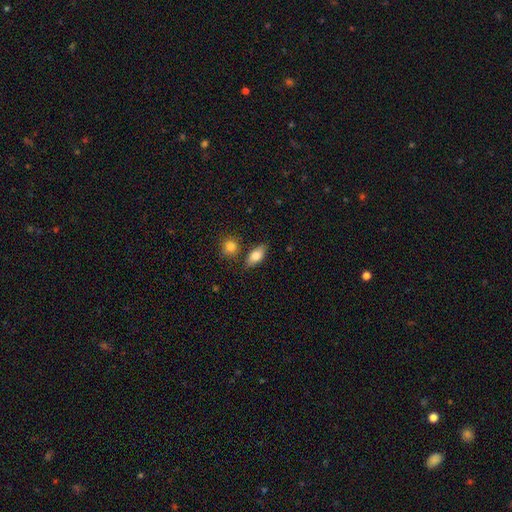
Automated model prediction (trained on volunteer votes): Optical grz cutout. It shows a smooth galaxy with no disk features (80%) that is in between round and cigar-shaped (85%). Merging: none (77%).